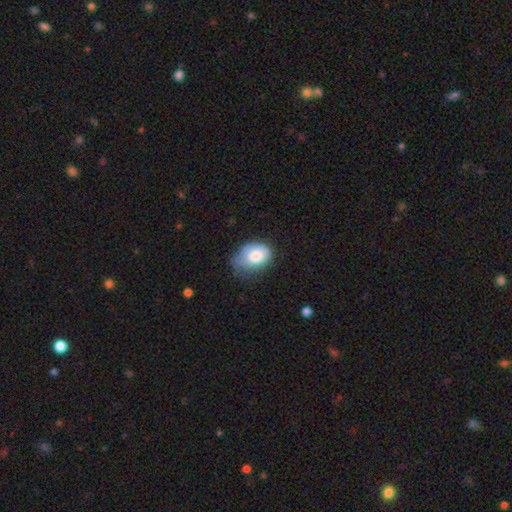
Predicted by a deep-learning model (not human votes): This is likely a smooth galaxy (77%). How rounded: likely in between (74%). Merging: marginally minor disturbance (44%).